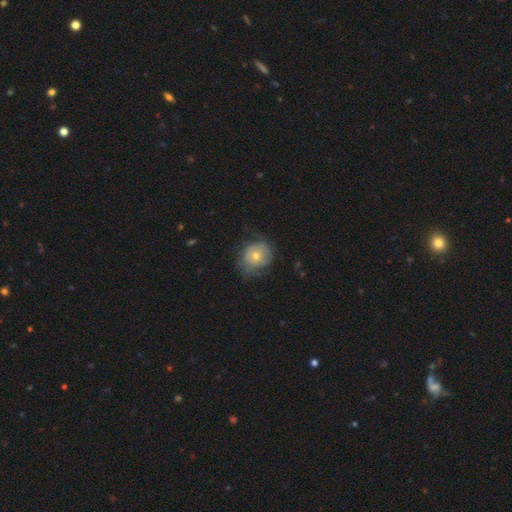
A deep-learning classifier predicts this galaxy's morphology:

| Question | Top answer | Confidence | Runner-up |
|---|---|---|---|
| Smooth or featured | featured or disk | 47% | smooth (45%) |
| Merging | none | 55% | minor disturbance (28%) |